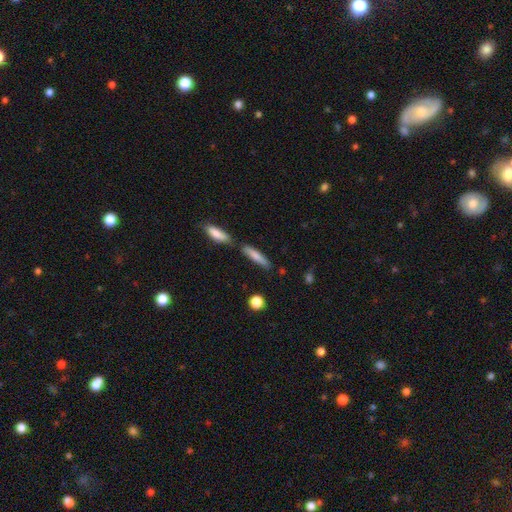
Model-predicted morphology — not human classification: smooth_or_featured: smooth (p=0.76) [alt: featured or disk p=0.18]
how_rounded: cigar-shaped (p=0.80) [alt: in between p=0.18]
merging: none (p=0.64) [alt: merger p=0.19]